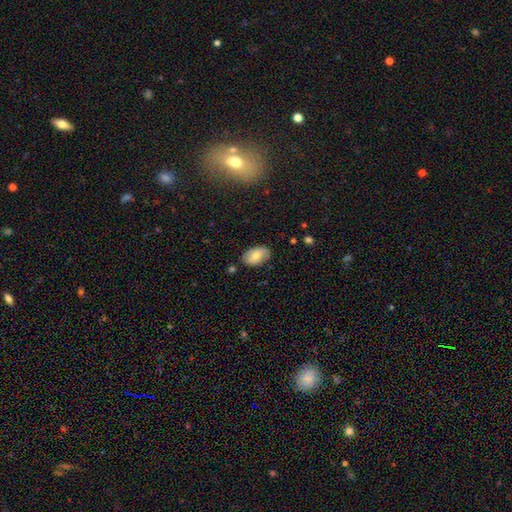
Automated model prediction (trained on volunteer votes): Overall: smooth (75%). How rounded: in between (93%). Merging: none (81%).